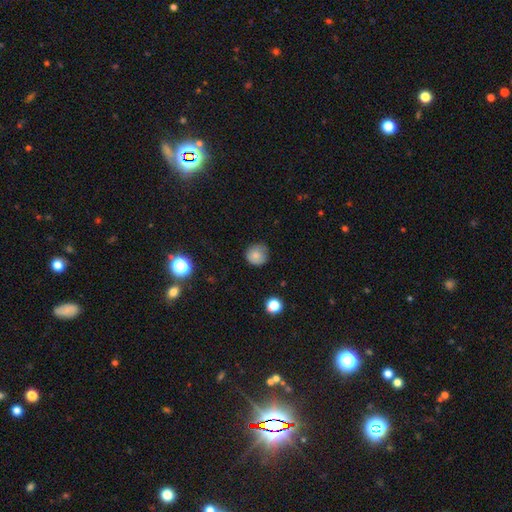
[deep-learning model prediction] Smooth or featured?
  - smooth: 81% *
  - star or artifact: 10%
  - featured or disk: 8%
How rounded?
  - round: 91% *
  - in between: 8%
  - cigar-shaped: 1%
Merging?
  - none: 76% *
  - minor disturbance: 19%
  - major disturbance: 4%
  - merger: 1%